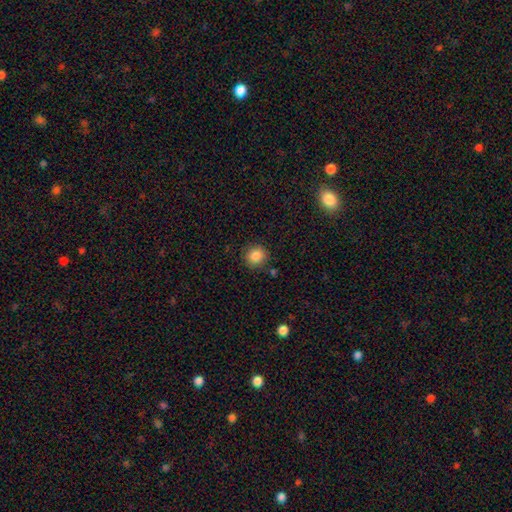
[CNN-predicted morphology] Overall: smooth (86%). How rounded: round (88%). Merging: none (87%).